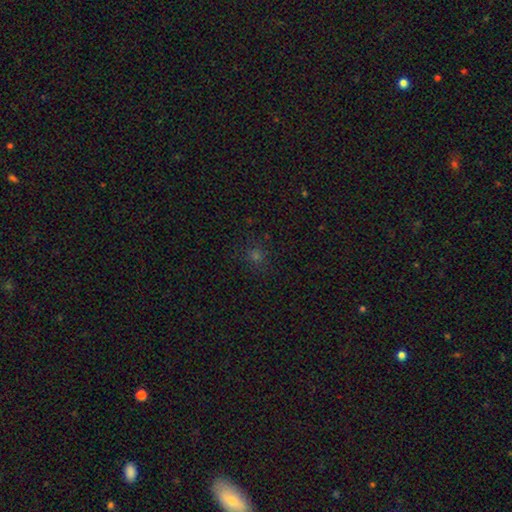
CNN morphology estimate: Overall: smooth (57%; star or artifact 36%). How rounded: round (89%). Merging: none (86%).